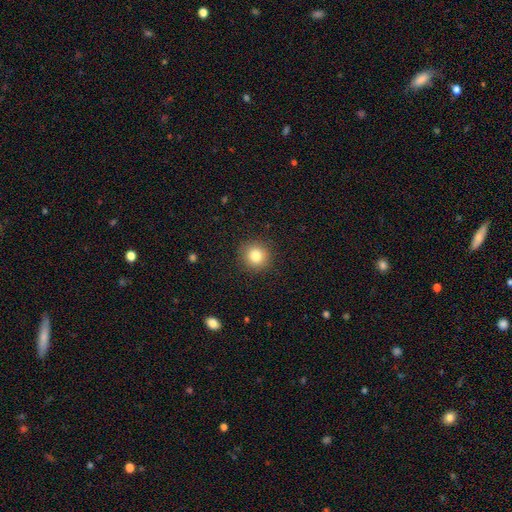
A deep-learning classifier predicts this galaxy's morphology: The model was most divided on "smooth or featured": smooth: 82%, star or artifact: 10%, featured or disk: 7%. More confident: how rounded — round (93%); merging — none (91%).